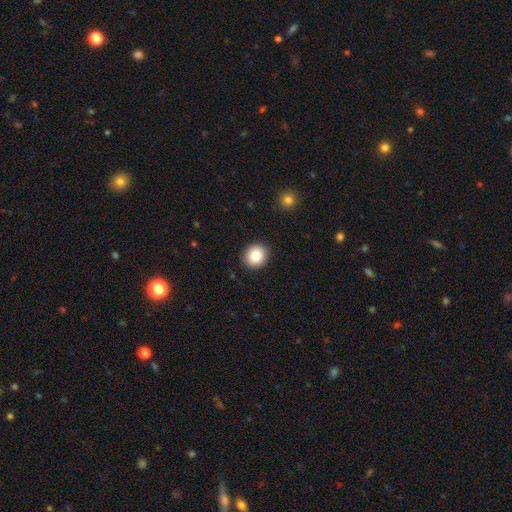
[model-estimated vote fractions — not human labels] Overall: smooth (83%). How rounded: round (86%). Merging: none (92%).